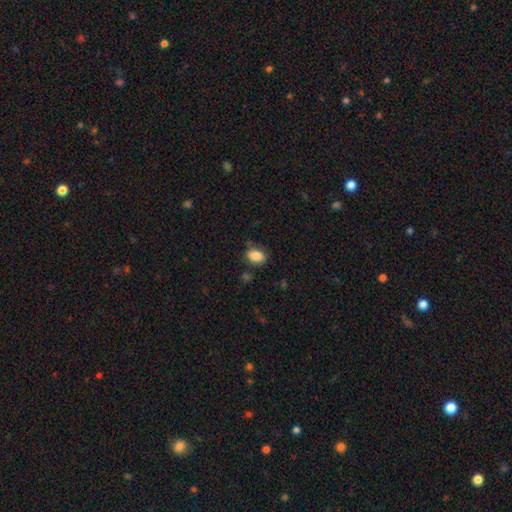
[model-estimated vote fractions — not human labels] smooth 86%, star or artifact 8%, featured or disk 5%. Down the decision tree: how rounded — in between (79%); merging — none (78%).